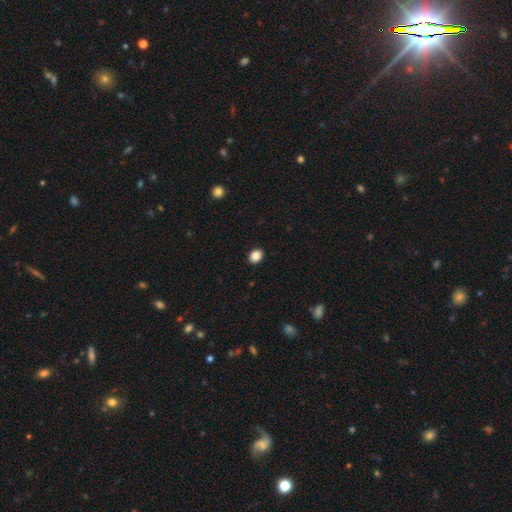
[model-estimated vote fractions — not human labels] Smooth or featured? Predicted: smooth (p=0.88). How rounded? Predicted: in between (p=0.54). Merging? Predicted: none (p=0.91).